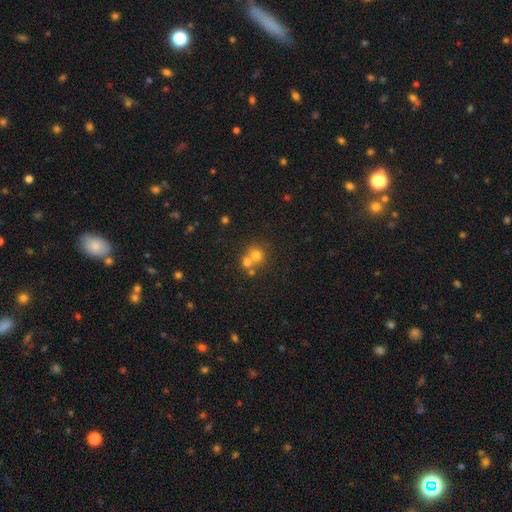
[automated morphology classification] The model was most divided on "merging": merger: 50%, none: 41%, minor disturbance: 6%, major disturbance: 3%. More confident: how rounded — round (84%); smooth or featured — smooth (69%).